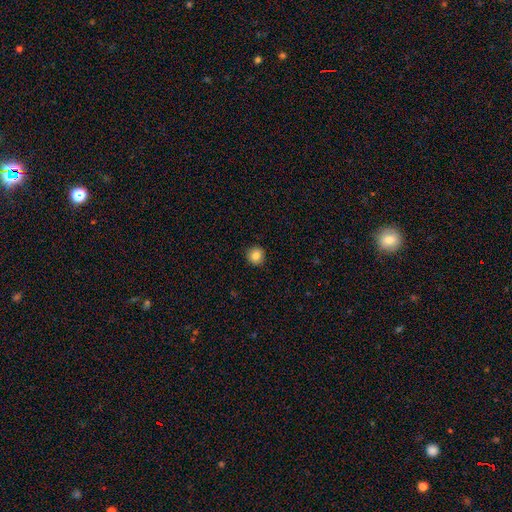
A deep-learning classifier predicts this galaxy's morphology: Smooth or featured: smooth — 85% (star or artifact — 10%)
How rounded: round — 92% (in between — 7%)
Merging: none — 91% (minor disturbance — 6%)